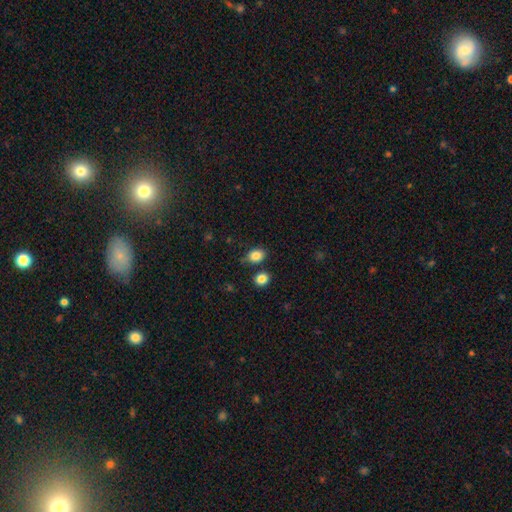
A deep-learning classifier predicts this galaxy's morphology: smooth 85%, star or artifact 10%, featured or disk 5%. Down the decision tree: how rounded — in between (58%); merging — none (75%).